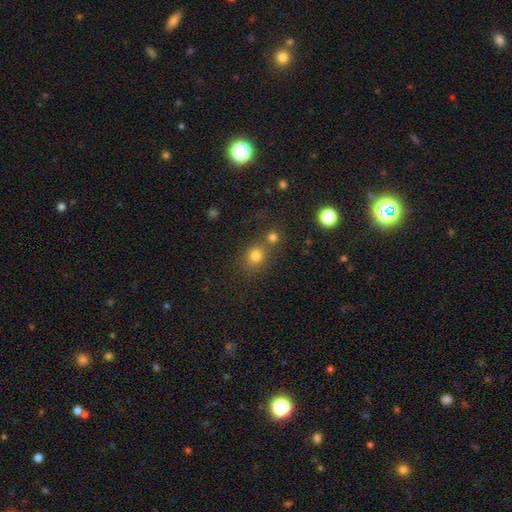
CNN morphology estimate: Overall: smooth (77%). How rounded: round (77%). Merging: none (55%; merger 32%).